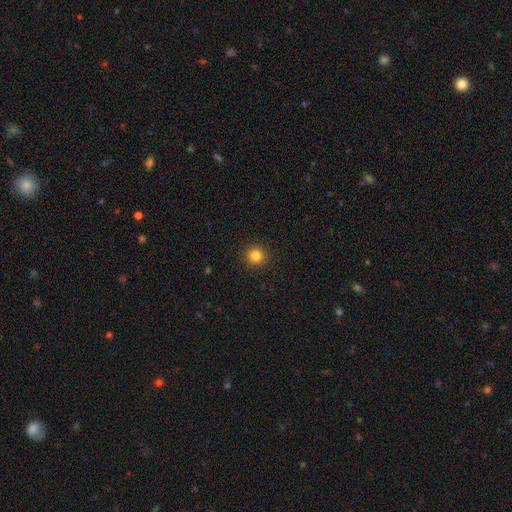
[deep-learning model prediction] This appears to be a smooth galaxy with no disk features (83%) that is round (95%). Merging: none (92%).